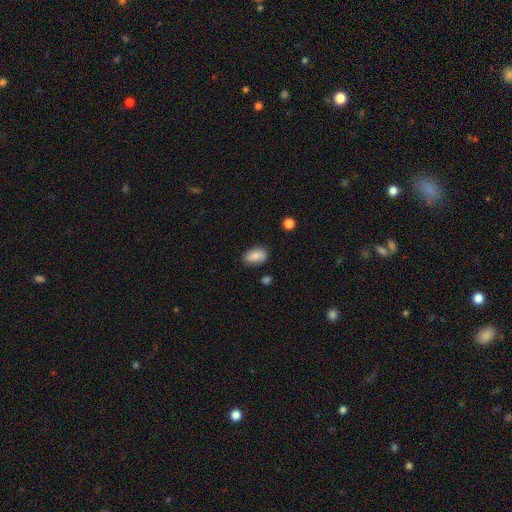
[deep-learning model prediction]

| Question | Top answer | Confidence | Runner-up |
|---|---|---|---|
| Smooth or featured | smooth | 84% | featured or disk (8%) |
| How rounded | in between | 91% | round (6%) |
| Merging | none | 79% | minor disturbance (16%) |